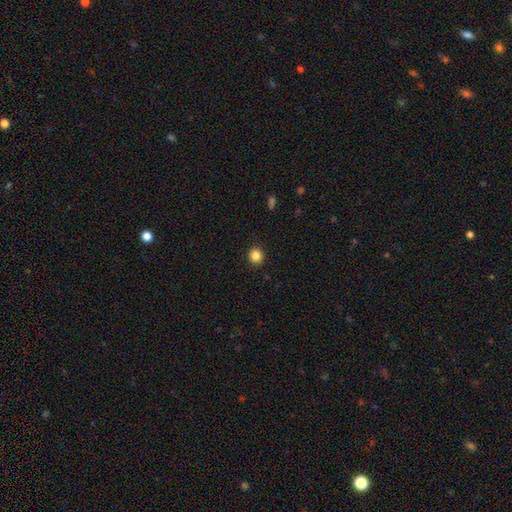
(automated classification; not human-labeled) This appears to be a smooth galaxy with no disk features (85%) that is round (88%). Merging: none (92%).